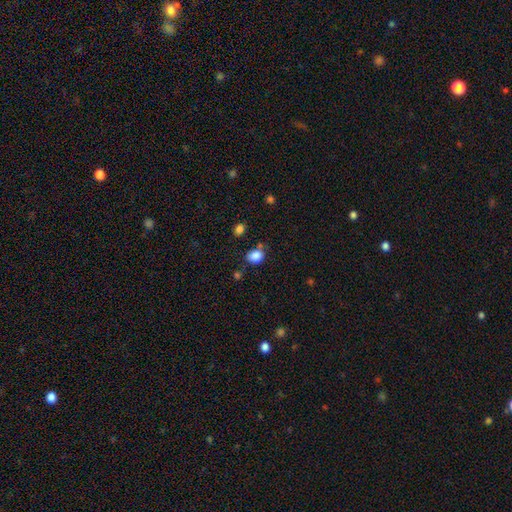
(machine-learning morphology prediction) A smooth galaxy with no disk features (85%) that is round (54%). Merging: none (62%).